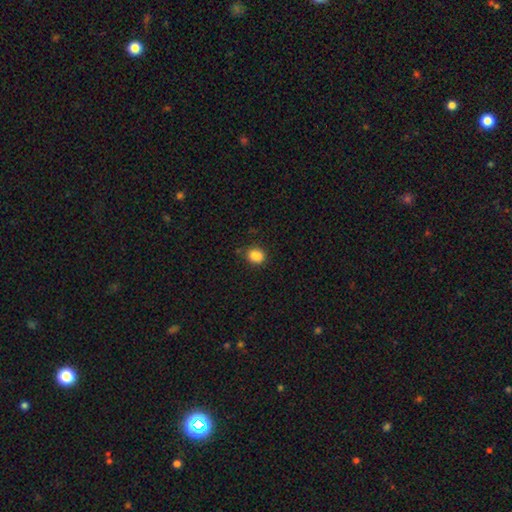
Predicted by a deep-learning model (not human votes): Morphology: type=smooth (80%); roundness=round (63%); merging=none (58%).